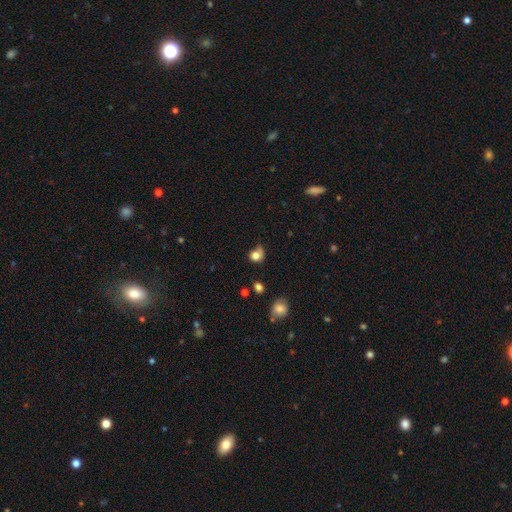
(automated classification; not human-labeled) Overall: smooth (78%). How rounded: round (74%). Merging: none (45%; minor disturbance 32%).